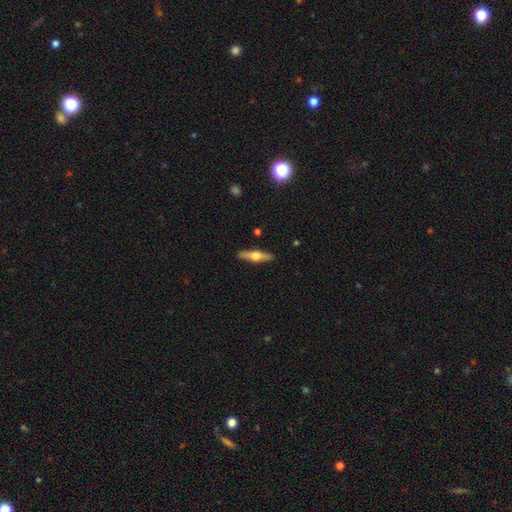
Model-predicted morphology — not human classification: A featured or disk galaxy (62%) viewed edge-on (95%) with a rounded central bulge (95%). Merging: none (90%).